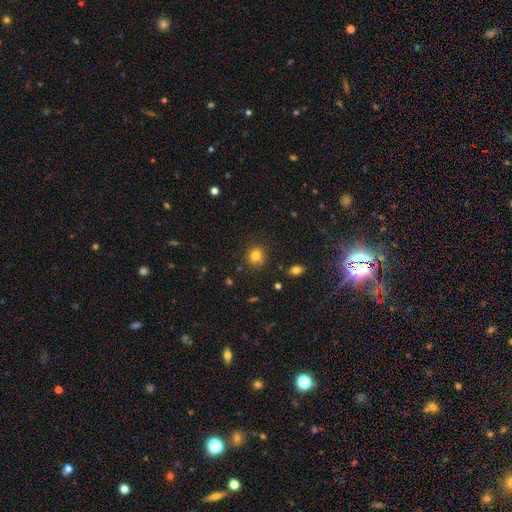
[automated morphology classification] Smooth or featured: smooth — 82% (star or artifact — 12%)
How rounded: round — 83% (in between — 16%)
Merging: none — 84% (minor disturbance — 10%)